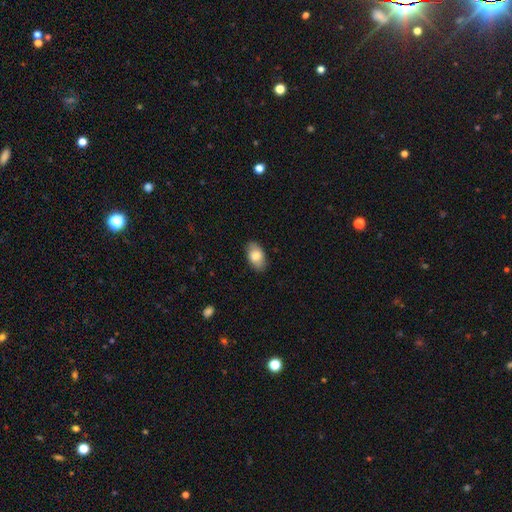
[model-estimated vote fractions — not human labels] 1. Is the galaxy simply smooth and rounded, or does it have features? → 81% smooth, 13% featured or disk, 6% star or artifact.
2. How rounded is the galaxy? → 92% in between, 6% round, 2% cigar-shaped.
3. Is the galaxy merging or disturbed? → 86% none, 11% minor disturbance, 2% major disturbance, 1% merger.